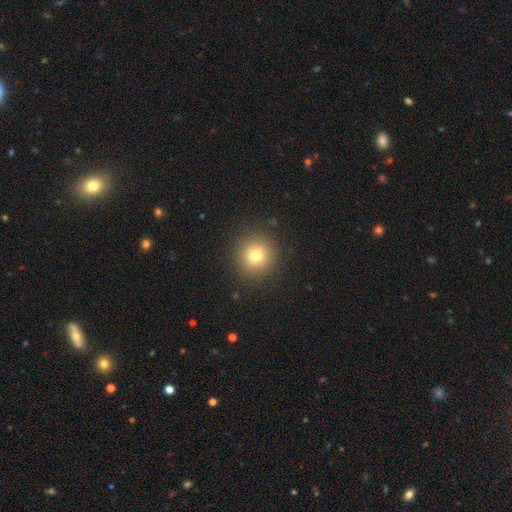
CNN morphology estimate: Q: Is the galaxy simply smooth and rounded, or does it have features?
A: smooth — 76%.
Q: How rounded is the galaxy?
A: round — 93%.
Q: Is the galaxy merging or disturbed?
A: none — 90%.